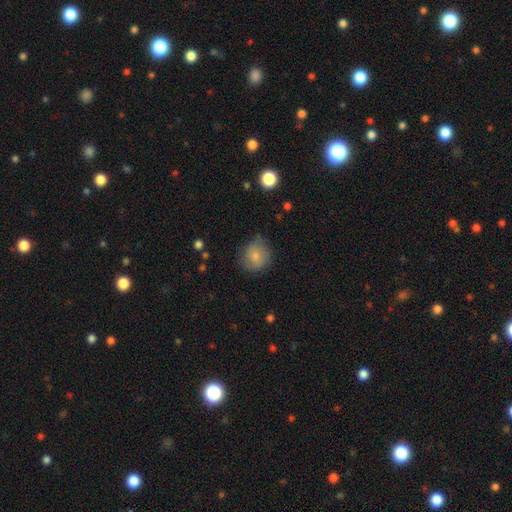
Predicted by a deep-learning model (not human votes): smooth 80%, featured or disk 12%, star or artifact 8%. Down the decision tree: how rounded — round (82%); merging — none (67%).